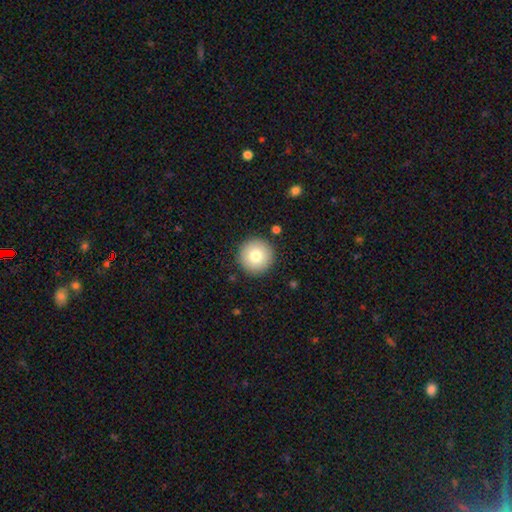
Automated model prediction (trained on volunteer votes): Overall: smooth (79%). How rounded: round (96%). Merging: none (91%).